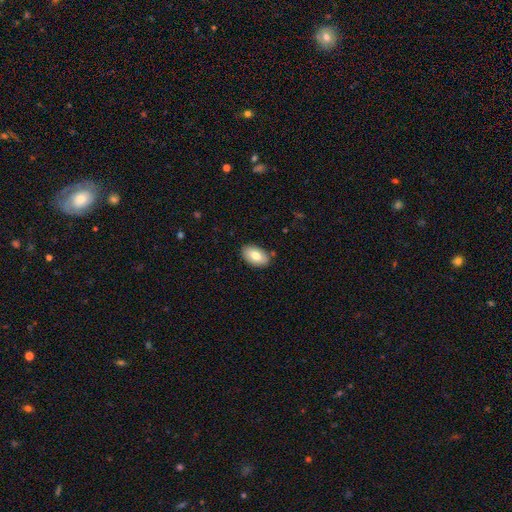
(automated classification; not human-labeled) Smooth or featured: smooth — 78% (featured or disk — 15%)
How rounded: in between — 93% (round — 5%)
Merging: none — 85% (minor disturbance — 11%)